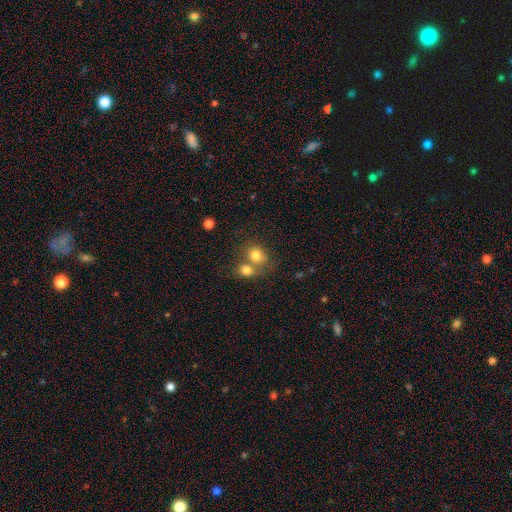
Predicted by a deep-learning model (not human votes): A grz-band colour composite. It shows a smooth galaxy with no disk features (79%) that is round (65%). Merging: merger (51%).